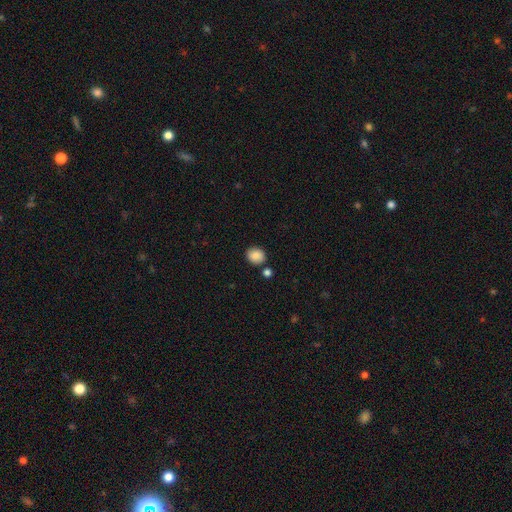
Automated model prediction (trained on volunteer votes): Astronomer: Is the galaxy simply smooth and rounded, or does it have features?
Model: smooth — 87%.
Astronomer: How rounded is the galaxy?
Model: round — 64%.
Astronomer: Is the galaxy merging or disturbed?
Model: none — 81%.